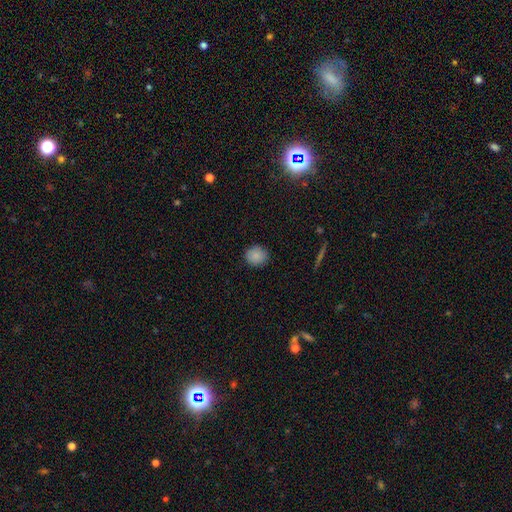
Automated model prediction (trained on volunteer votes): Smooth or featured? Predicted: smooth (p=0.87). How rounded? Predicted: round (p=0.86). Merging? Predicted: none (p=0.89).